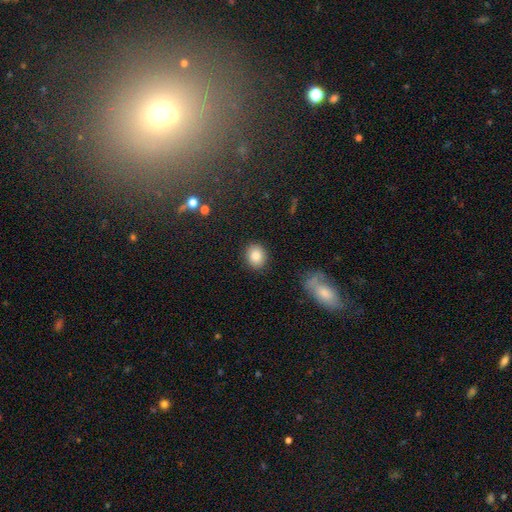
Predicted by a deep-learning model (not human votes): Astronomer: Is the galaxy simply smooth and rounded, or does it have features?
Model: smooth — 85%.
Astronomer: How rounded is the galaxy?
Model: round — 65%.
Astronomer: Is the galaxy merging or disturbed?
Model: none — 88%.